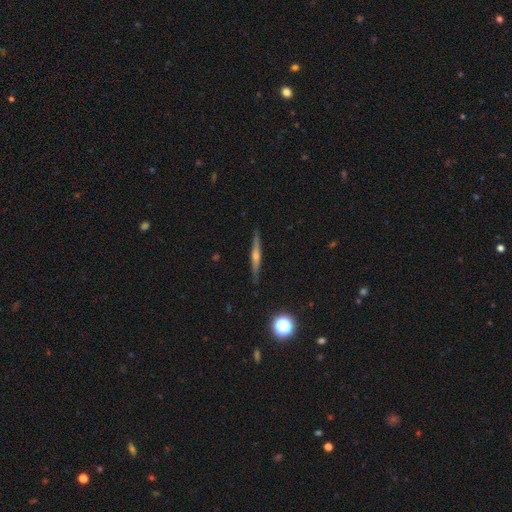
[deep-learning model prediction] Smooth or featured?
  - featured or disk: 67% *
  - smooth: 24%
  - star or artifact: 9%
Edge-on disk?
  - yes: 98% *
  - no: 2%
Edge-on bulge?
  - rounded: 75% *
  - none: 15%
  - boxy: 9%
Merging?
  - none: 90% *
  - minor disturbance: 7%
  - major disturbance: 1%
  - merger: 1%